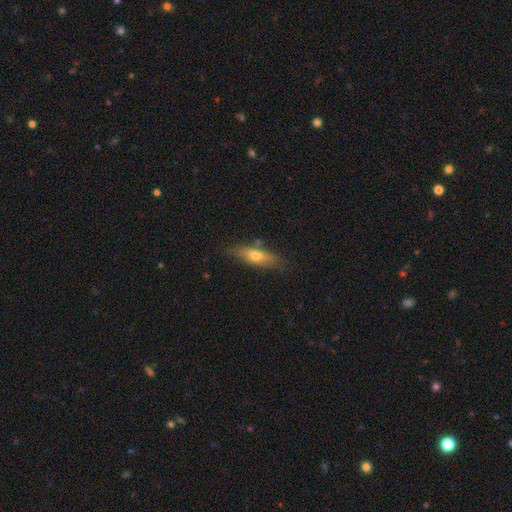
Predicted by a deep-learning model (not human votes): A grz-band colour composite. It shows a smooth galaxy with no disk features (51%) that is cigar-shaped (61%). Merging: none (79%).